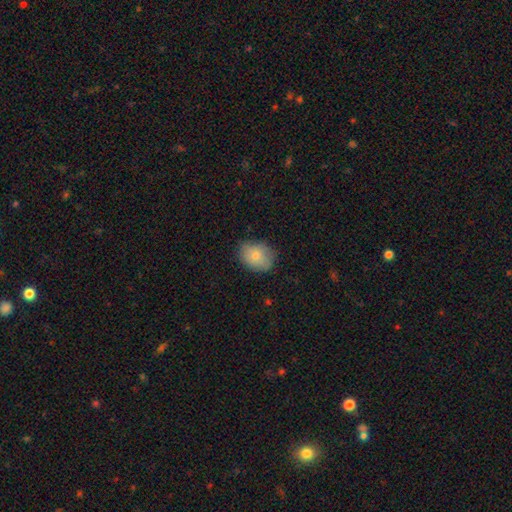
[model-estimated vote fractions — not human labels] smooth-or-featured: smooth: 78% | featured or disk: 14% | star or artifact: 8%
  how-rounded: in between: 64% | round: 35% | cigar-shaped: 1%
  merging: none: 75% | minor disturbance: 20% | major disturbance: 4% | merger: 1%